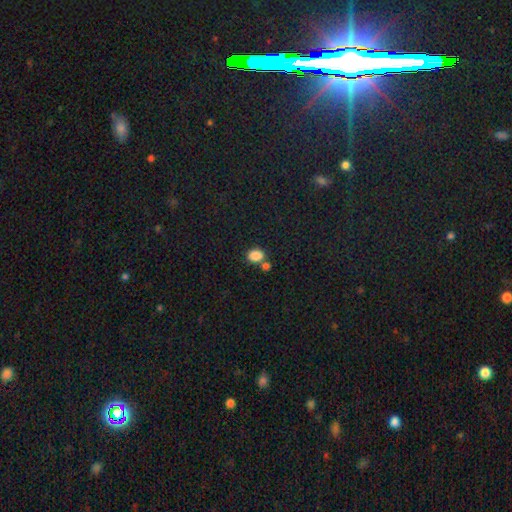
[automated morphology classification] type=smooth (85%); roundness=in between (71%); merging=none (59%).